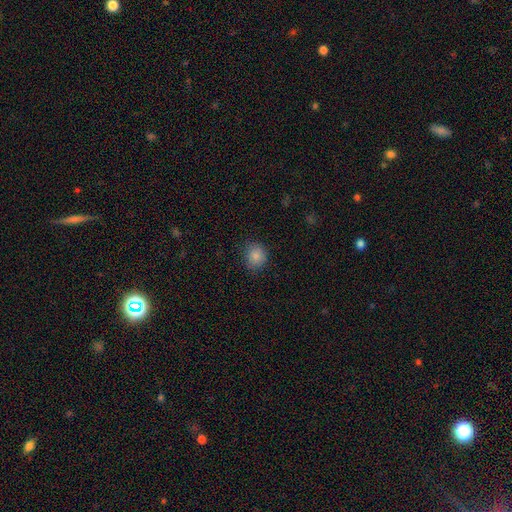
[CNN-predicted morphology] type=smooth (85%); roundness=round (78%); merging=none (84%).